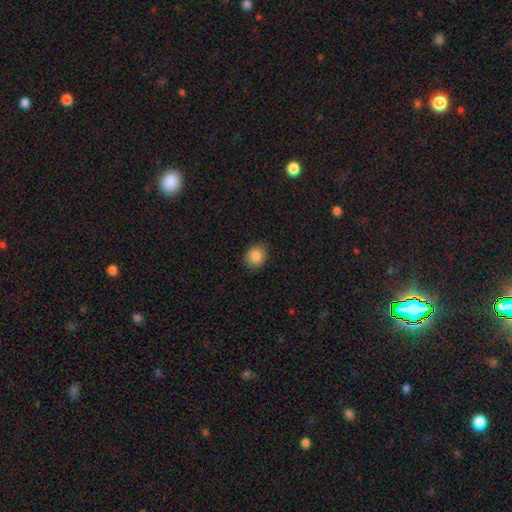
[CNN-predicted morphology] A smooth galaxy with no disk features (87%) that is round (71%).

Vote fractions:
- Smooth or featured? smooth: 87% / star or artifact: 9% / featured or disk: 4%
- How rounded? round: 71% / in between: 28% / cigar-shaped: 1%
- Merging? none: 85% / minor disturbance: 12% / major disturbance: 3% / merger: 1%